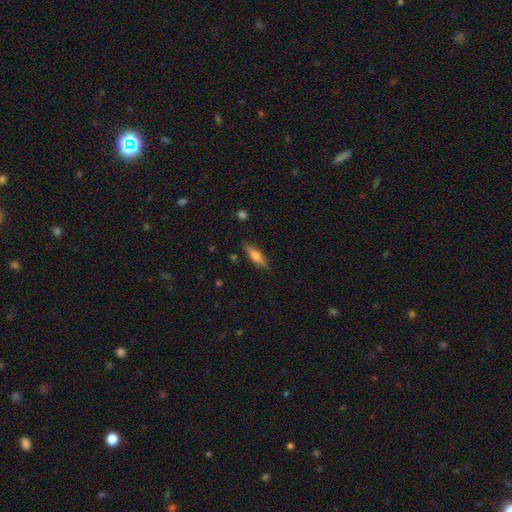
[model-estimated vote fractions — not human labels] Overall: smooth (66%; featured or disk 27%). How rounded: cigar-shaped (60%; in between 38%). Merging: none (84%).